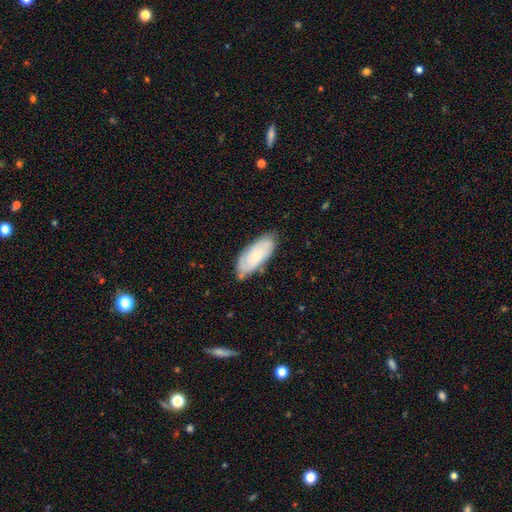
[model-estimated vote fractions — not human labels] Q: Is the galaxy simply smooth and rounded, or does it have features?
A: smooth — 58%.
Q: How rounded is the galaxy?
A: in between — 81%.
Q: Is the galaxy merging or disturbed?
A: none — 72%.